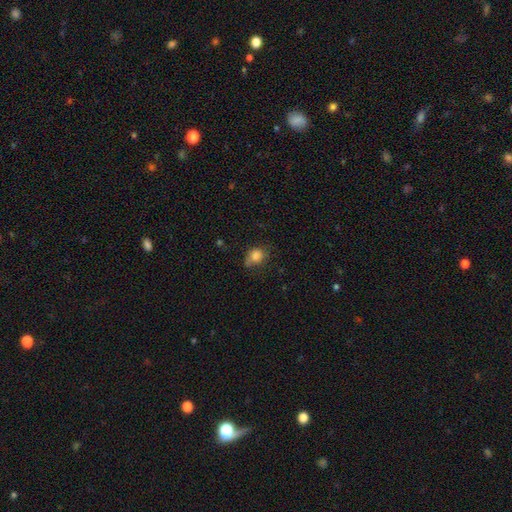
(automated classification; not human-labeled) Smooth or featured?
  - smooth: 80% *
  - star or artifact: 10%
  - featured or disk: 10%
How rounded?
  - in between: 51% *
  - round: 47%
  - cigar-shaped: 1%
Merging?
  - none: 51% *
  - minor disturbance: 33%
  - major disturbance: 13%
  - merger: 3%